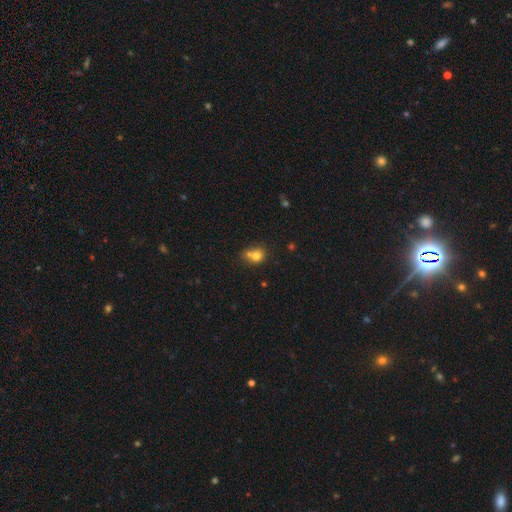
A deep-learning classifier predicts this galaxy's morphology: Overall: smooth (75%). How rounded: round (71%). Merging: merger (46%; none 39%).